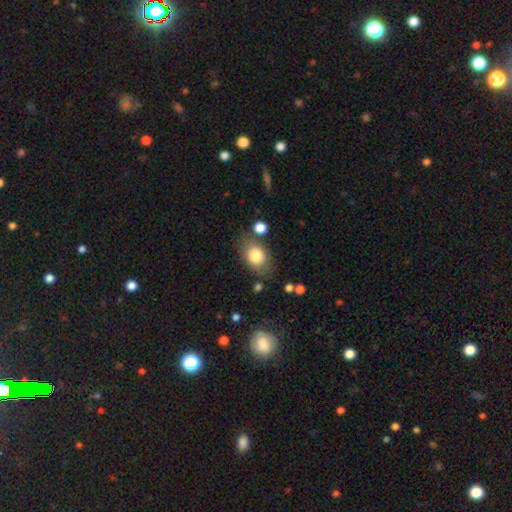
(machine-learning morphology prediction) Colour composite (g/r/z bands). It shows a smooth galaxy with no disk features (80%) that is in between round and cigar-shaped (72%). Merging: none (72%).